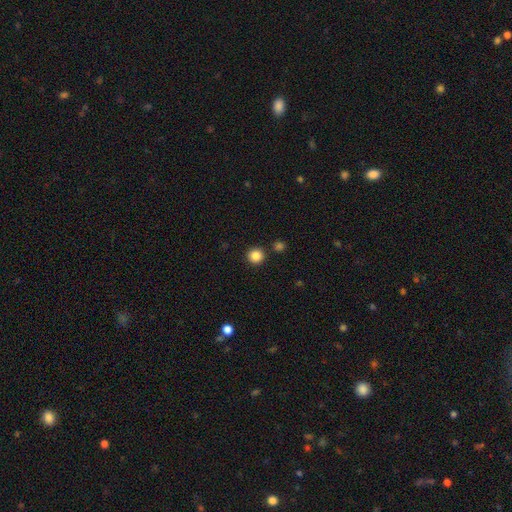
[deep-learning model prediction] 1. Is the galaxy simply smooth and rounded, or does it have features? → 86% smooth, 11% star or artifact, 3% featured or disk.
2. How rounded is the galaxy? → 94% round, 5% in between, 1% cigar-shaped.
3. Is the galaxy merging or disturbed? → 90% none, 5% minor disturbance, 3% merger, 2% major disturbance.